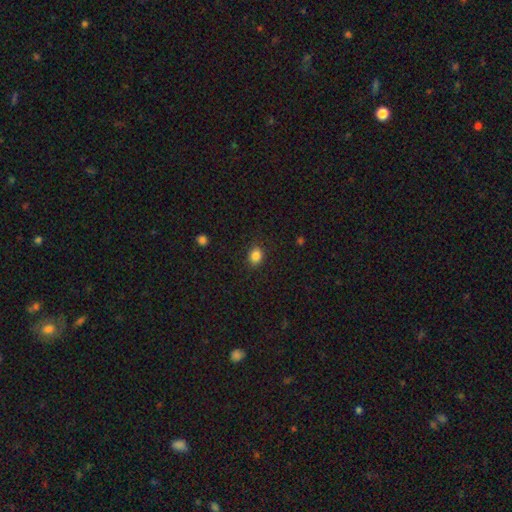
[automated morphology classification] A smooth galaxy with no disk features (85%) that is in between round and cigar-shaped (54%). Merging: none (86%).